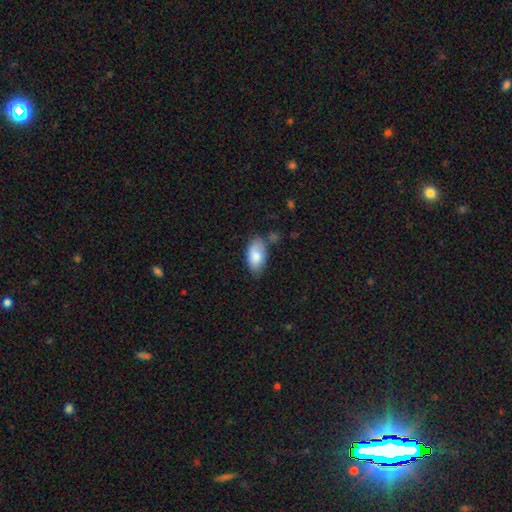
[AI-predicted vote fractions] A smooth galaxy with no disk features (83%) that is in between round and cigar-shaped (94%). Merging: none (66%).